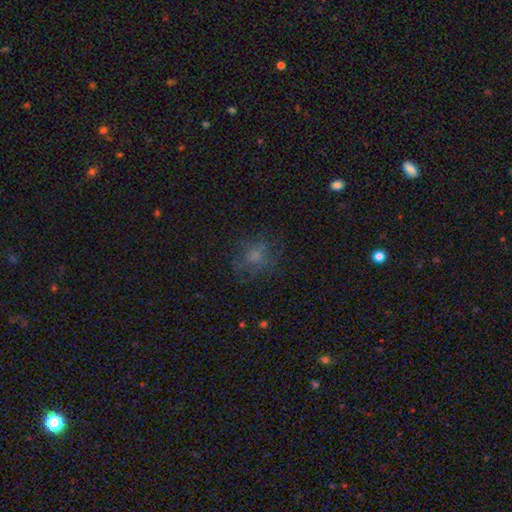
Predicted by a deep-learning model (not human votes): This is likely a smooth galaxy (61%). How rounded: likely round (69%). Merging: likely none (63%).